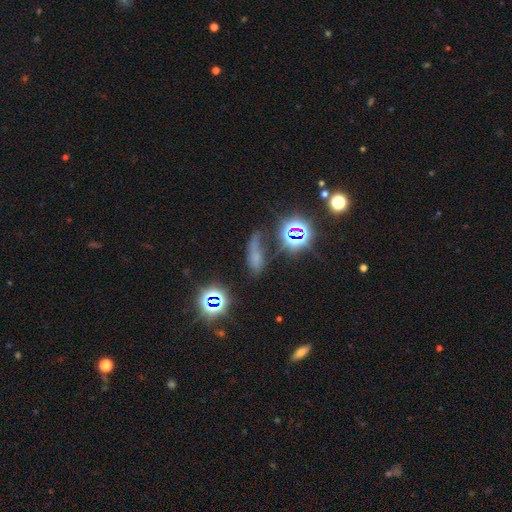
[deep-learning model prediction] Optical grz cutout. It shows a smooth galaxy with no disk features (47%). Merging: none (43%).